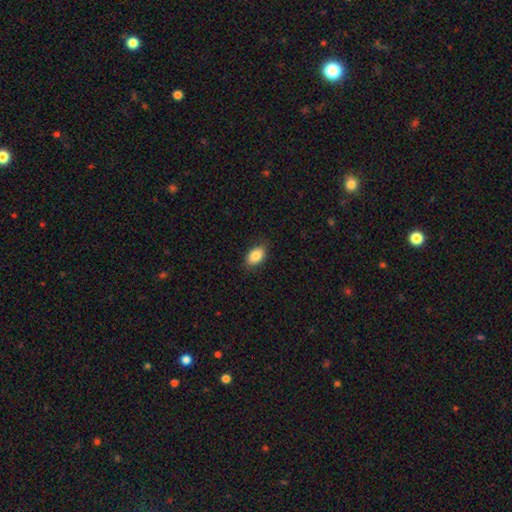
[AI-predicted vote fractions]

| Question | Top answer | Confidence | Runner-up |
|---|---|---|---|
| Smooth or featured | smooth | 85% | star or artifact (8%) |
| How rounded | in between | 85% | round (13%) |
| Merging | none | 85% | minor disturbance (12%) |